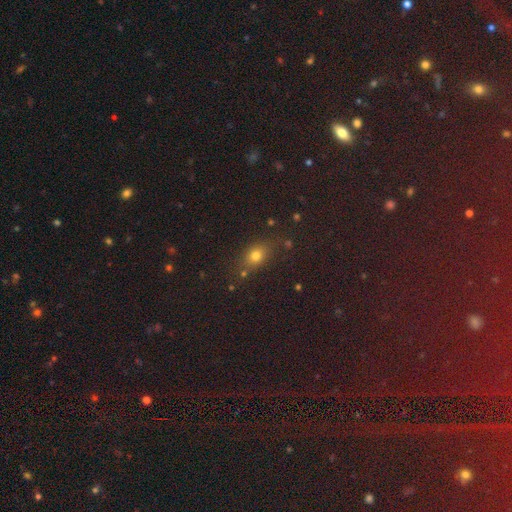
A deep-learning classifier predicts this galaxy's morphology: This is likely a smooth galaxy (70%). How rounded: possibly in between (54%). Merging: likely none (76%).